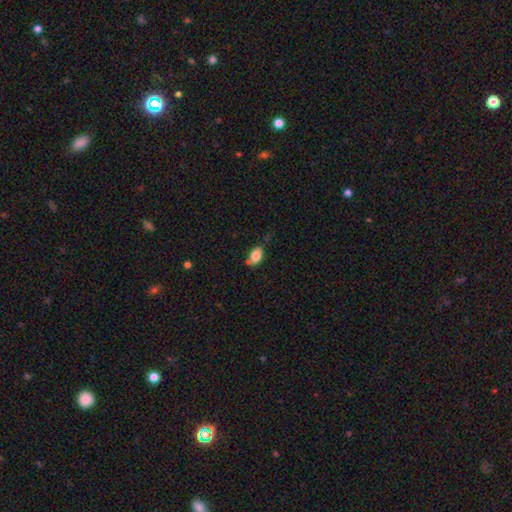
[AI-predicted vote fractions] smooth-or-featured: smooth: 83% | featured or disk: 9% | star or artifact: 8%
  how-rounded: in between: 88% | round: 10% | cigar-shaped: 3%
  merging: none: 60% | minor disturbance: 29% | major disturbance: 6% | merger: 5%